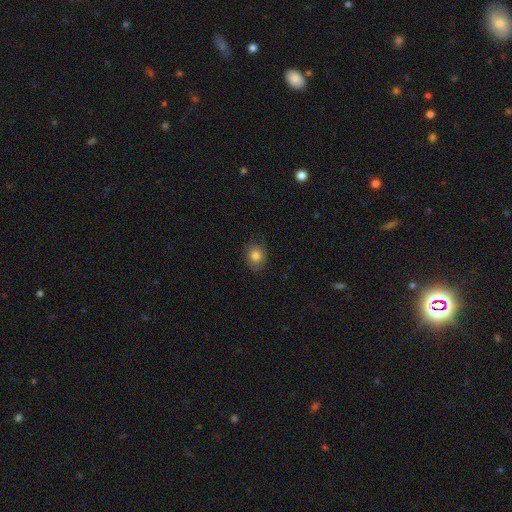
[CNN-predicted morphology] This is clearly a smooth galaxy (80%). How rounded: likely round (62%). Merging: clearly none (82%).